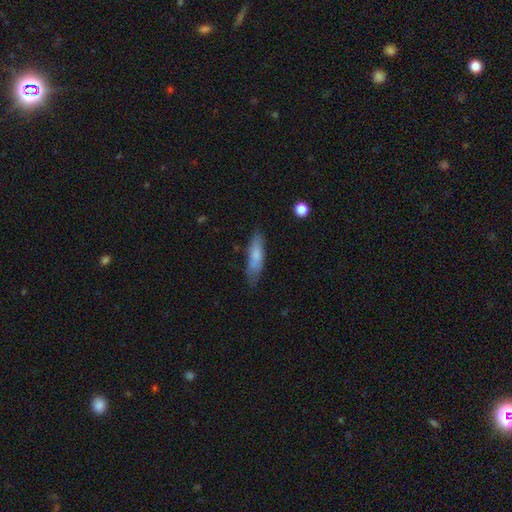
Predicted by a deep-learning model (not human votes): The model was most divided on "how rounded": cigar-shaped: 58%, in between: 40%, round: 2%. More confident: smooth or featured — smooth (73%); merging — none (67%).